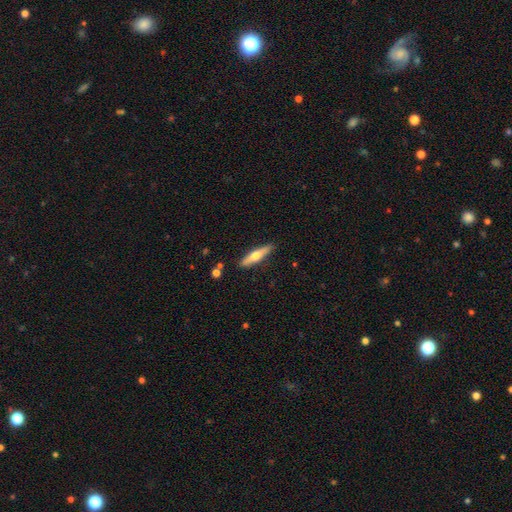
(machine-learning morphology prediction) Overall: featured or disk (49%; smooth 46%). Merging: none (89%).